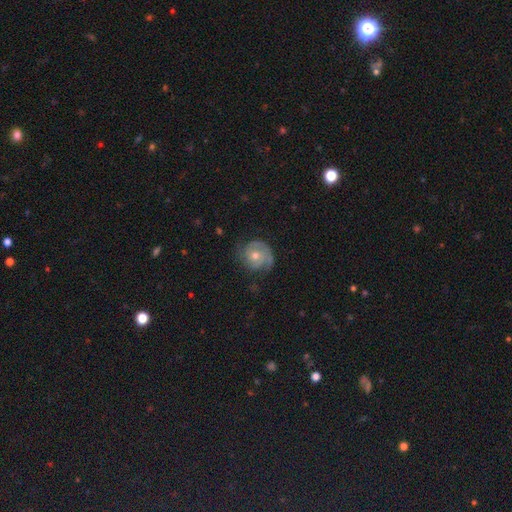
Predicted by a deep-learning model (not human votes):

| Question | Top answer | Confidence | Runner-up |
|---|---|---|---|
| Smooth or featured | featured or disk | 76% | smooth (16%) |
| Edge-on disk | no | 98% | yes (2%) |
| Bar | no | 79% | weak (18%) |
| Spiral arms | yes | 93% | no (7%) |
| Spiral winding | tight | 64% | medium (28%) |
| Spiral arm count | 2 | 50% | can't tell (20%) |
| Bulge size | moderate | 59% | small (37%) |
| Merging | none | 72% | minor disturbance (19%) |